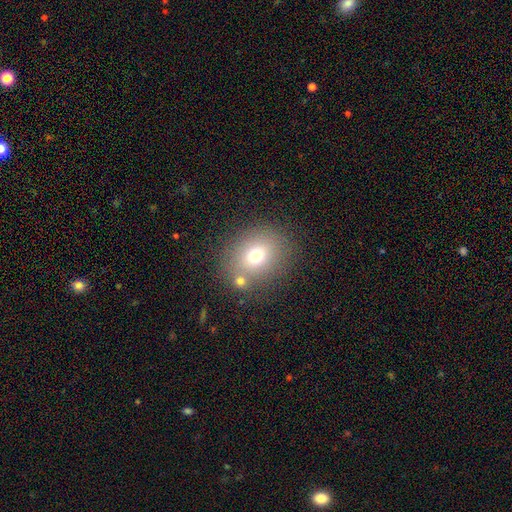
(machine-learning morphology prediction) A smooth galaxy with no disk features (70%) that is round (66%). Merging: none (78%).